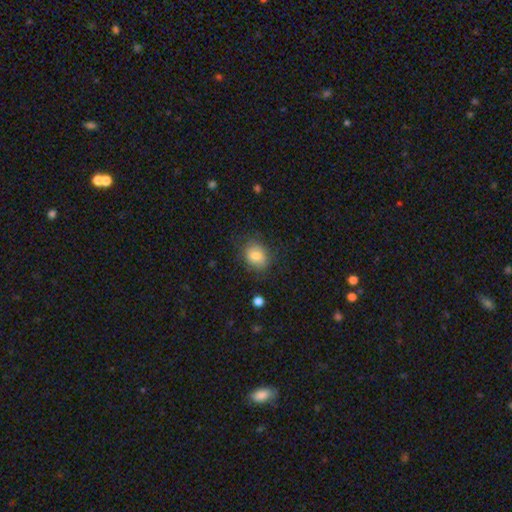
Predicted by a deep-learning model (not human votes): Smooth or featured?
  - smooth: 76% *
  - featured or disk: 15%
  - star or artifact: 9%
How rounded?
  - in between: 53% *
  - round: 46%
  - cigar-shaped: 1%
Merging?
  - none: 71% *
  - minor disturbance: 20%
  - major disturbance: 7%
  - merger: 2%